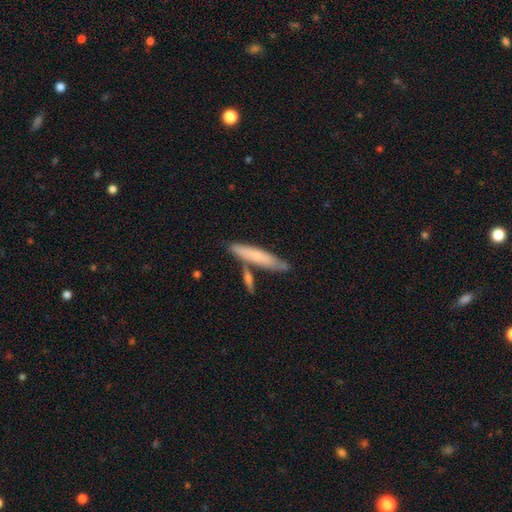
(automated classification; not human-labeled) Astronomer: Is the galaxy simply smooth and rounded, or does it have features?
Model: smooth — 66%.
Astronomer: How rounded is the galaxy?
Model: cigar-shaped — 88%.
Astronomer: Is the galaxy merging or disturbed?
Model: none — 71%.